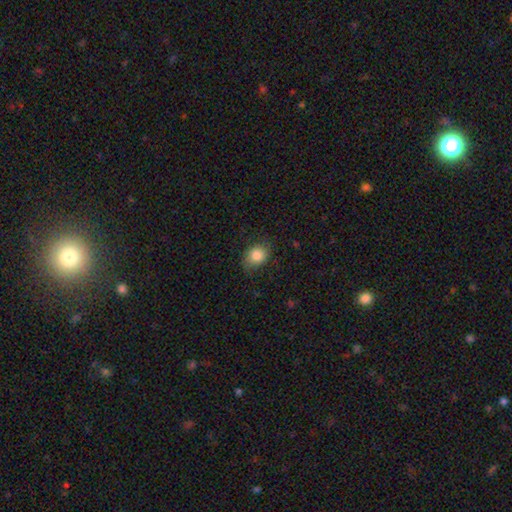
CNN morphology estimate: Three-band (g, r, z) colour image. It shows a smooth galaxy with no disk features (84%) that is in between round and cigar-shaped (54%). Merging: none (75%).